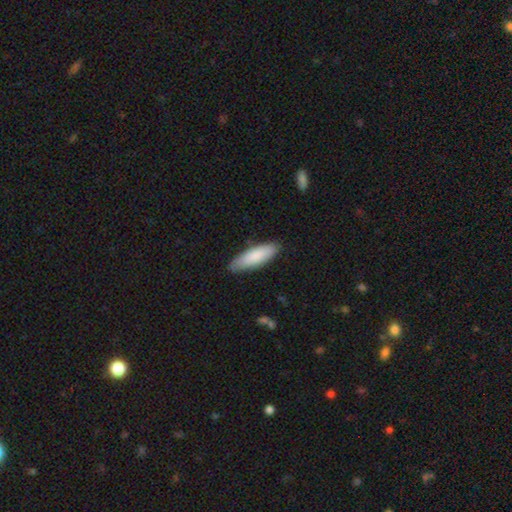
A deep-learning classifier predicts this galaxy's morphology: The model was most divided on "how rounded": in between: 51%, cigar-shaped: 48%, round: 1%. More confident: smooth or featured — smooth (84%); merging — none (84%).